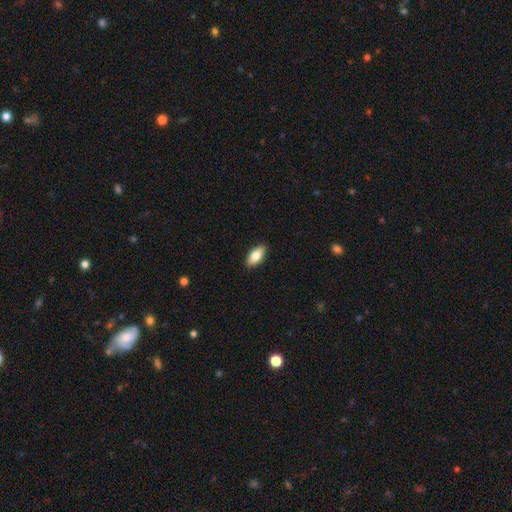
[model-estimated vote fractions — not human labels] Q: Smooth or featured?
A: smooth (79%); runner-up: featured or disk (15%)
Q: How rounded?
A: in between (89%); runner-up: cigar-shaped (9%)
Q: Merging?
A: none (89%); runner-up: minor disturbance (8%)